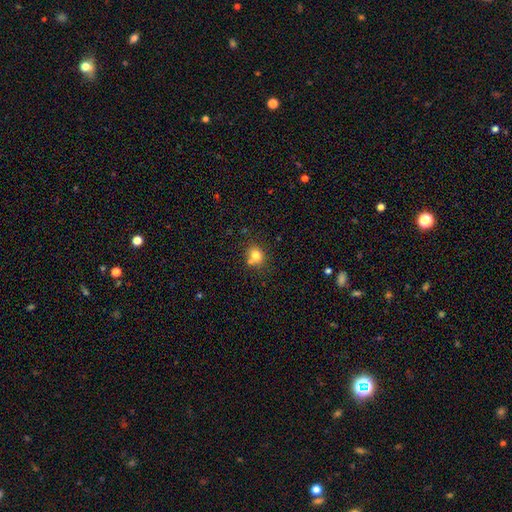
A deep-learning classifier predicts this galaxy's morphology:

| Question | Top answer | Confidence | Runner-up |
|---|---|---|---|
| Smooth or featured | smooth | 79% | star or artifact (12%) |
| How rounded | round | 69% | in between (30%) |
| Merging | none | 60% | merger (21%) |